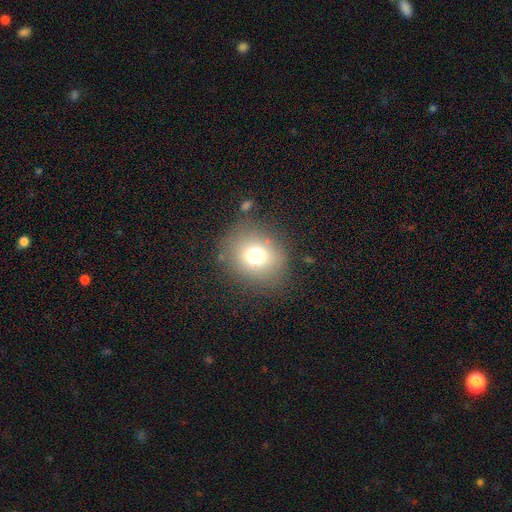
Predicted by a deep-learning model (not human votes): This is likely a smooth galaxy (72%). How rounded: likely round (77%). Merging: clearly none (80%).